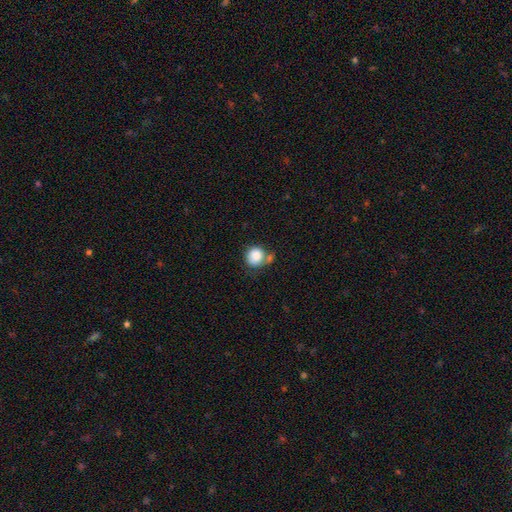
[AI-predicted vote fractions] Q: Smooth or featured?
A: smooth (86%); runner-up: star or artifact (8%)
Q: How rounded?
A: round (82%); runner-up: in between (17%)
Q: Merging?
A: none (50%); runner-up: merger (22%)